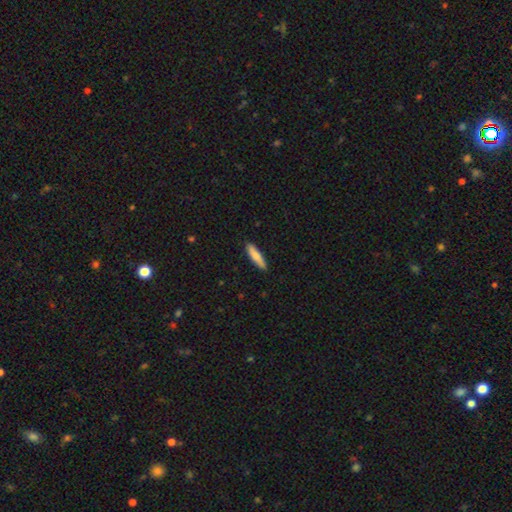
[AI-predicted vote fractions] Smooth or featured? Predicted: smooth (p=0.84). How rounded? Predicted: cigar-shaped (p=0.78). Merging? Predicted: none (p=0.89).